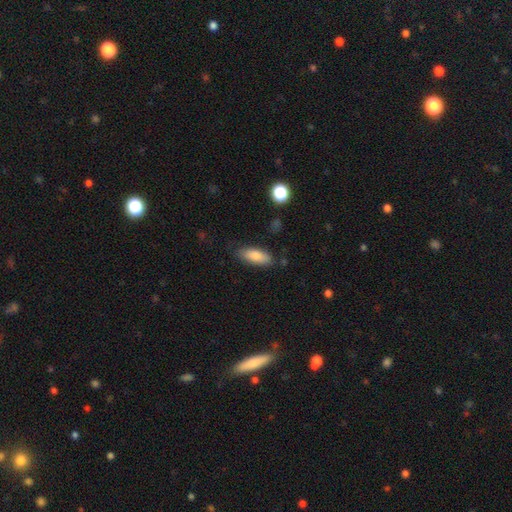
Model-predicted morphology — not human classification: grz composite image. It shows a smooth galaxy with no disk features (84%) that is in between round and cigar-shaped (77%). Merging: none (80%).